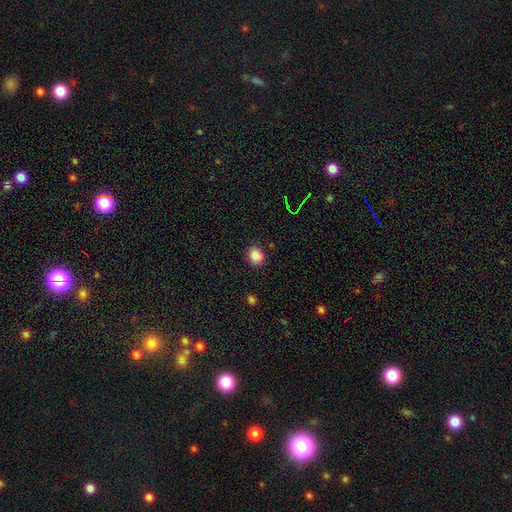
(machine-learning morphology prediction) smooth-or-featured: smooth: 85% | star or artifact: 11% | featured or disk: 4%
  how-rounded: round: 70% | in between: 29% | cigar-shaped: 1%
  merging: none: 85% | minor disturbance: 11% | major disturbance: 3% | merger: 2%